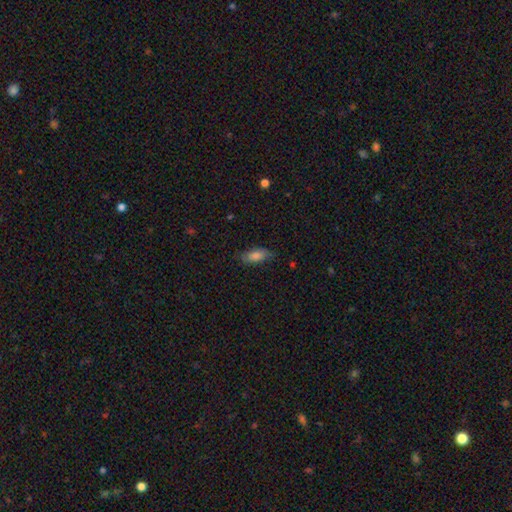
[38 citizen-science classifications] smooth-or-featured: smooth: 84% | star or artifact: 11% | featured or disk: 5%
  how-rounded: in between: 84% | cigar-shaped: 12% | round: 3%
  merging: none: 74% | minor disturbance: 15% | major disturbance: 9% | merger: 3%